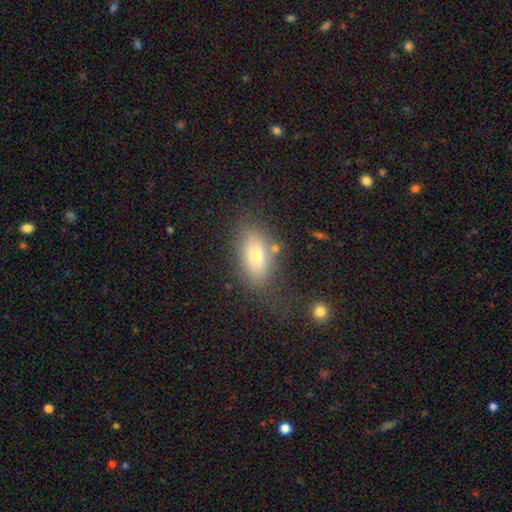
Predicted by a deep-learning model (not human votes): Overall: smooth (68%). How rounded: in between (86%). Merging: none (65%).